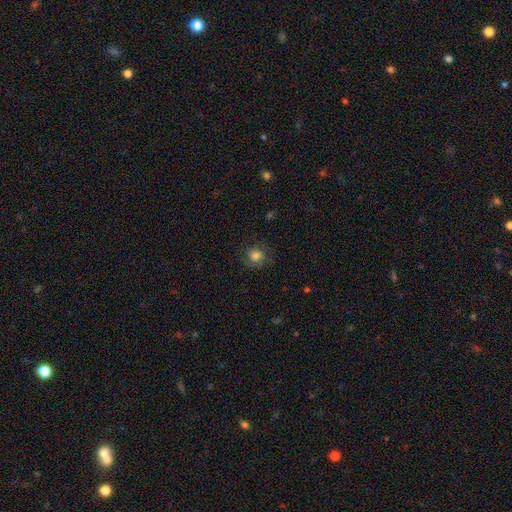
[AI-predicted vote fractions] smooth_or_featured: smooth (p=0.66) [alt: featured or disk p=0.23]
how_rounded: round (p=0.79) [alt: in between p=0.20]
merging: none (p=0.75) [alt: minor disturbance p=0.16]